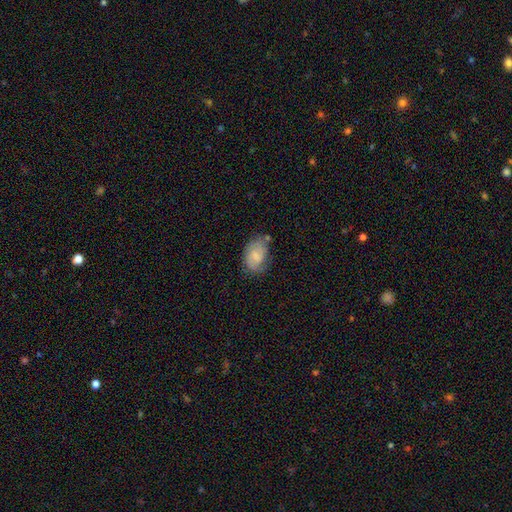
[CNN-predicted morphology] smooth-or-featured: smooth: 58% | featured or disk: 35% | star or artifact: 8%
  how-rounded: in between: 86% | round: 13% | cigar-shaped: 2%
  merging: none: 51% | minor disturbance: 31% | major disturbance: 12% | merger: 6%